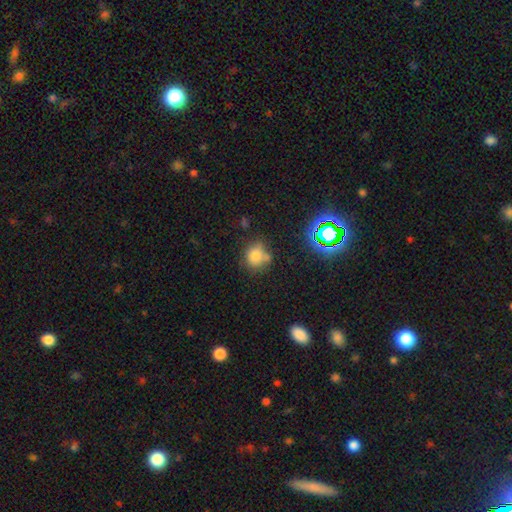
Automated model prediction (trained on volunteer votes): smooth-or-featured: smooth: 74% | star or artifact: 16% | featured or disk: 10%
  how-rounded: round: 79% | in between: 19% | cigar-shaped: 1%
  merging: none: 57% | minor disturbance: 22% | merger: 14% | major disturbance: 7%